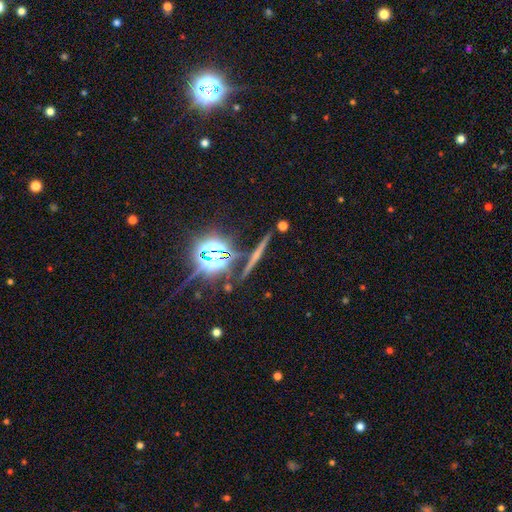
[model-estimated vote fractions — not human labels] Morphology: type=featured or disk (41%); merging=none (85%).